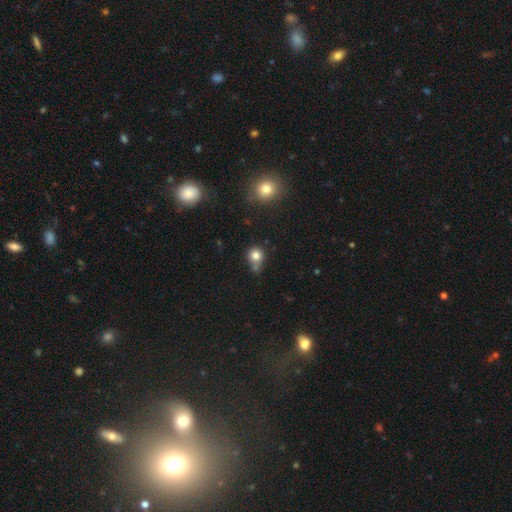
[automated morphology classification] Smooth or featured? Predicted: smooth (p=0.80). How rounded? Predicted: round (p=0.82). Merging? Predicted: none (p=0.52).